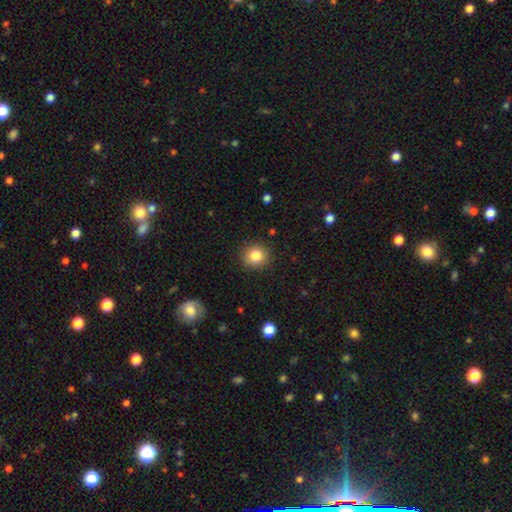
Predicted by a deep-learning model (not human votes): This is clearly a smooth galaxy (84%). How rounded: clearly round (87%). Merging: clearly none (89%).